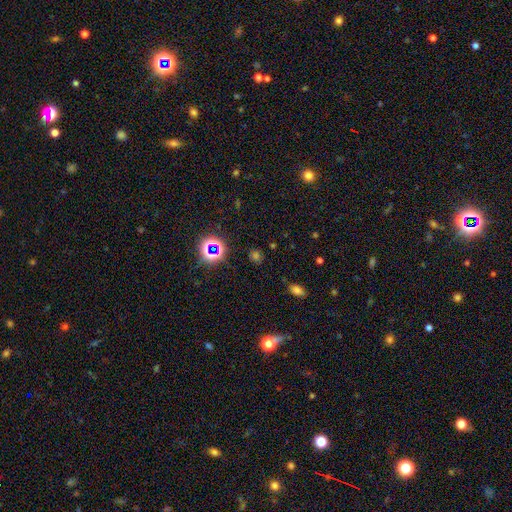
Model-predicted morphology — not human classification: type=star or artifact (50%).